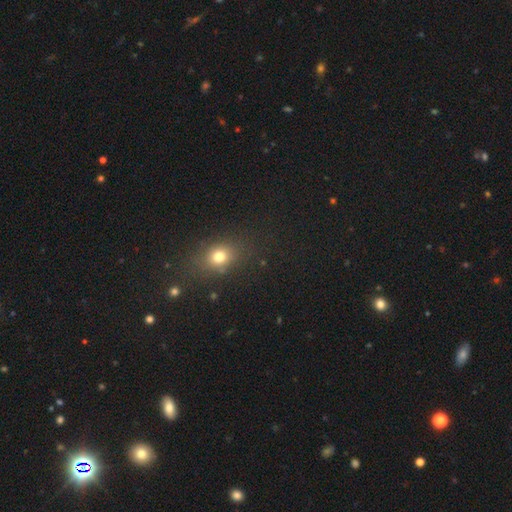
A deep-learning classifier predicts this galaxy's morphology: Smooth or featured? smooth (57%)
How rounded? in between (49%)
Merging? none (86%)